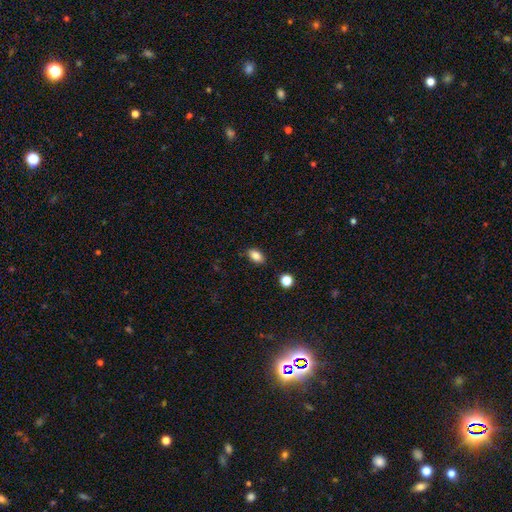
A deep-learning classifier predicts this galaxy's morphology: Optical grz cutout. It shows a smooth galaxy with no disk features (85%) that is in between round and cigar-shaped (89%). Merging: none (85%).